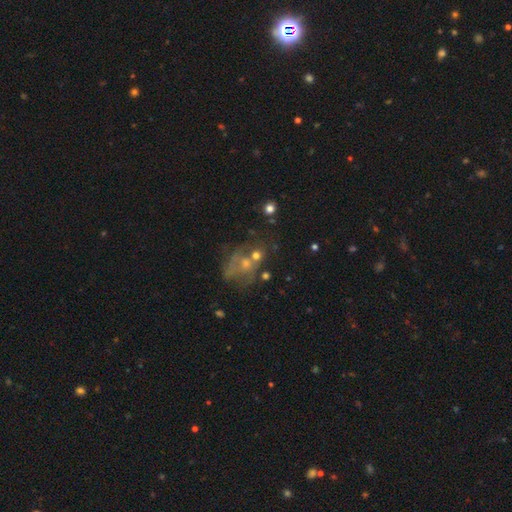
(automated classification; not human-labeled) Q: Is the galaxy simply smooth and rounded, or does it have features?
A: featured or disk — 39%.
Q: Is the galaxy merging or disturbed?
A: none — 45%.